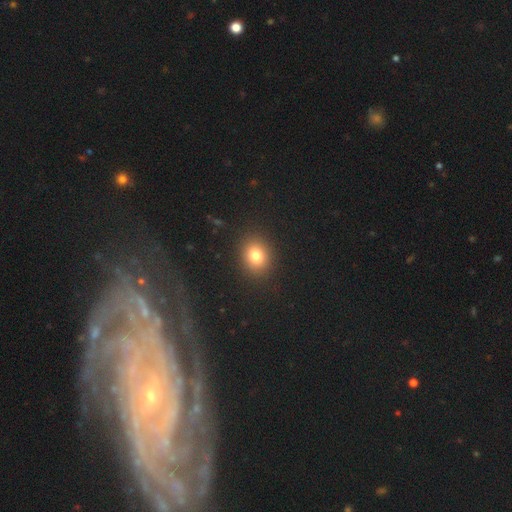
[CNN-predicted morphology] A smooth galaxy with no disk features (80%) that is round (59%). Merging: none (89%).